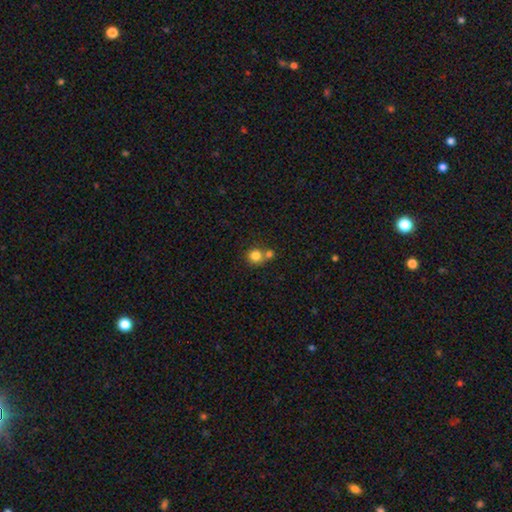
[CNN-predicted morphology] smooth 81%, star or artifact 10%, featured or disk 8%. Down the decision tree: how rounded — round (89%); merging — none (51%).